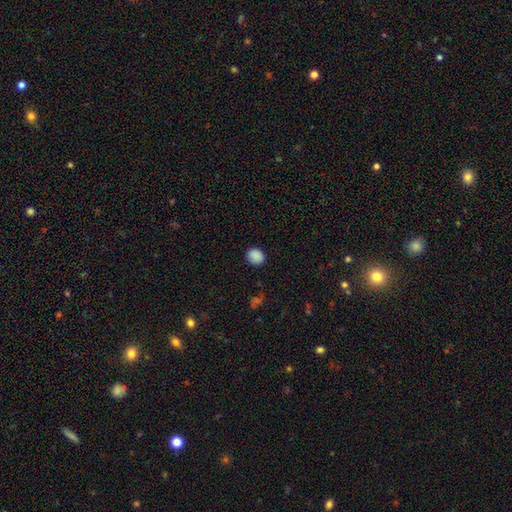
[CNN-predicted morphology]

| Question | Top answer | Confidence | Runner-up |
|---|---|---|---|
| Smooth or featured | smooth | 88% | star or artifact (9%) |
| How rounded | round | 71% | in between (28%) |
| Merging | none | 87% | minor disturbance (9%) |